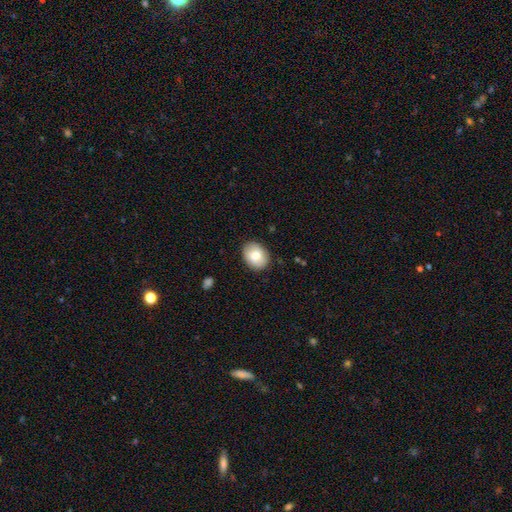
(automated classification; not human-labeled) A smooth galaxy with no disk features (76%) that is in between round and cigar-shaped (60%). Merging: none (86%).